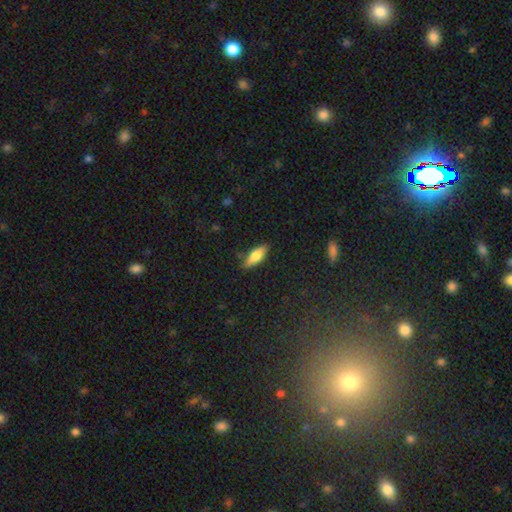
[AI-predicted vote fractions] A smooth galaxy with no disk features (70%) that is in between round and cigar-shaped (64%). Merging: none (82%).